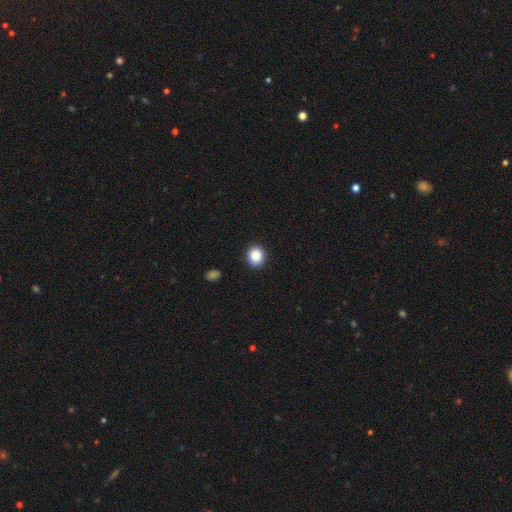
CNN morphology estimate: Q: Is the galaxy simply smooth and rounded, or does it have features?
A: smooth — 87%.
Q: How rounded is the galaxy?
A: round — 76%.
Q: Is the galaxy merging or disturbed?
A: none — 92%.